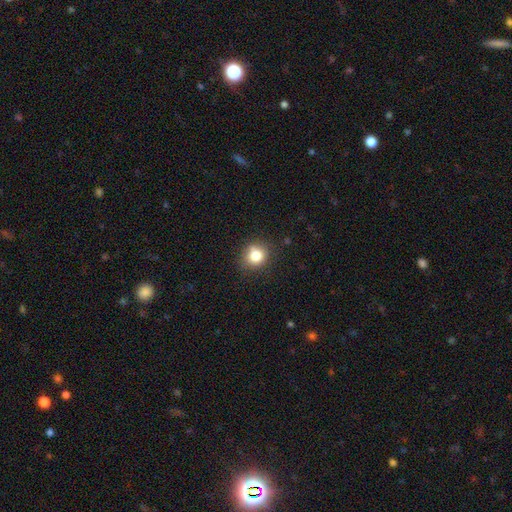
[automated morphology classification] Smooth or featured?
  - smooth: 79% *
  - star or artifact: 12%
  - featured or disk: 9%
How rounded?
  - round: 80% *
  - in between: 19%
  - cigar-shaped: 1%
Merging?
  - none: 78% *
  - minor disturbance: 14%
  - merger: 5%
  - major disturbance: 4%